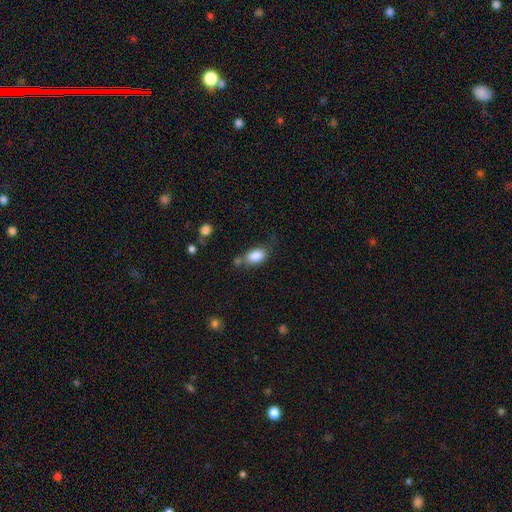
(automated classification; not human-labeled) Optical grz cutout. It shows a smooth galaxy with no disk features (85%) that is in between round and cigar-shaped (89%). Merging: none (54%).